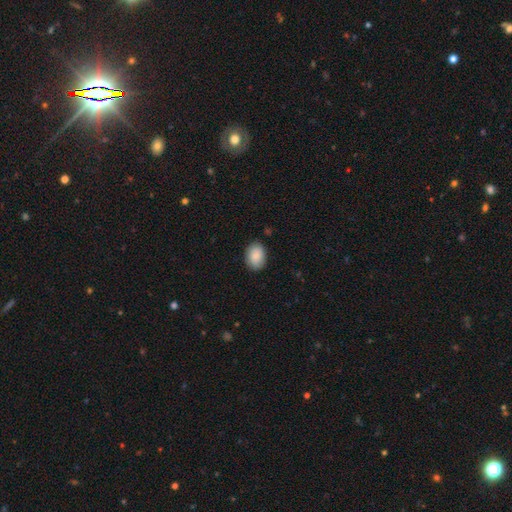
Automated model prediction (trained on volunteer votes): This is clearly a smooth galaxy (87%). How rounded: likely in between (79%). Merging: clearly none (84%).